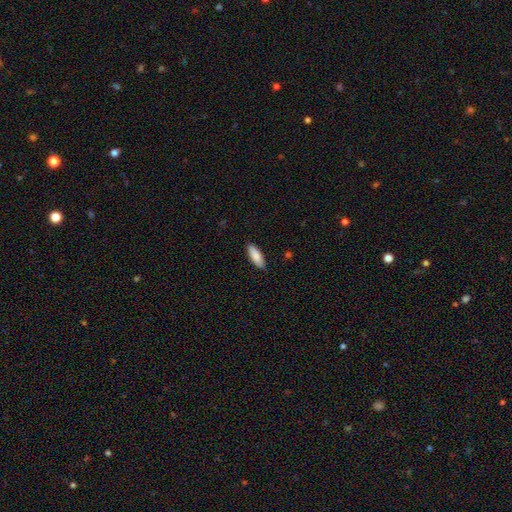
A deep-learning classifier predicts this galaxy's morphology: This is clearly a smooth galaxy (88%). How rounded: likely in between (67%). Merging: clearly none (89%).